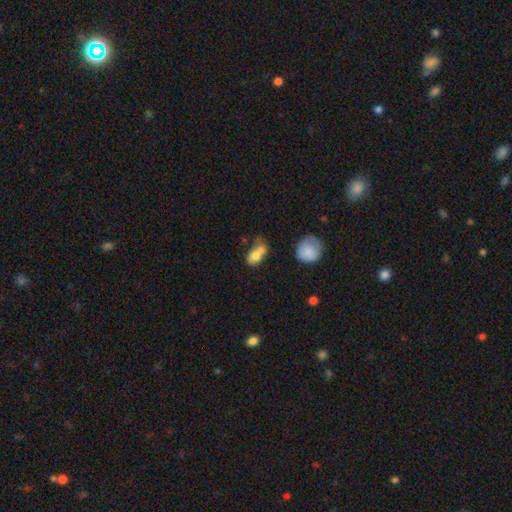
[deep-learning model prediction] Morphology: type=smooth (73%); roundness=in between (68%); merging=merger (53%).